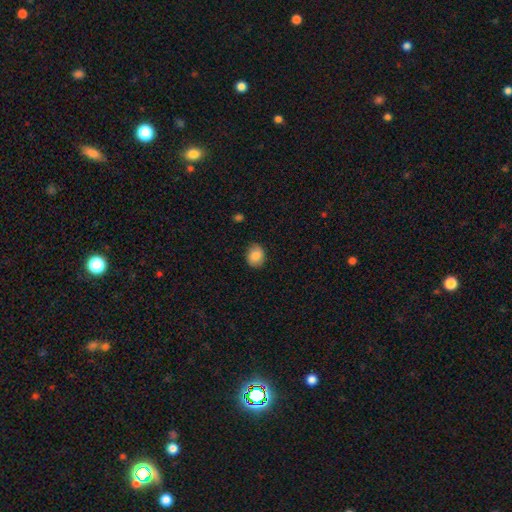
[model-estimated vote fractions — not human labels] smooth 86%, star or artifact 8%, featured or disk 7%. Down the decision tree: how rounded — round (58%); merging — none (85%).